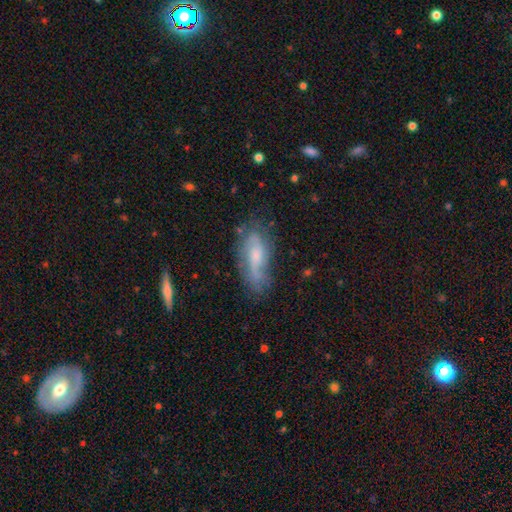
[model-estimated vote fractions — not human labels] smooth_or_featured: featured or disk (p=0.58) [alt: smooth p=0.34]
disk_edge_on: no (p=0.86) [alt: yes p=0.14]
merging: none (p=0.59) [alt: minor disturbance p=0.25]